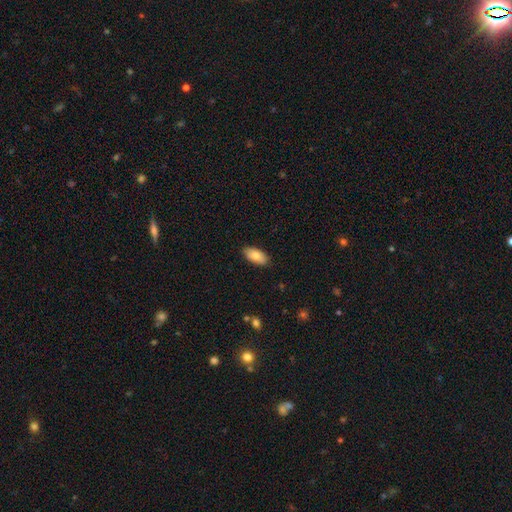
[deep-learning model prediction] A smooth galaxy with no disk features (83%) that is in between round and cigar-shaped (92%). Merging: none (88%).